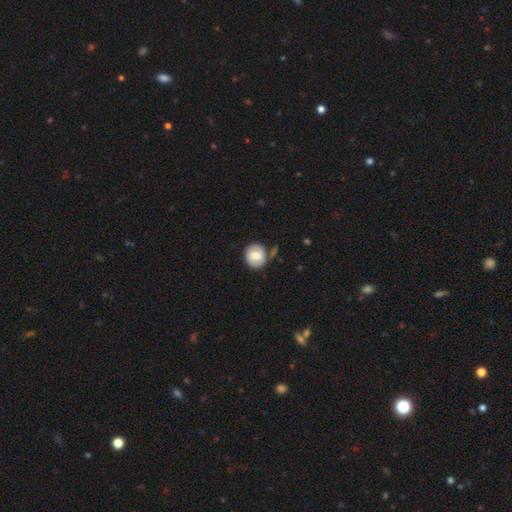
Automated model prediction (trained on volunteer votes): smooth 76%, featured or disk 16%, star or artifact 8%. Down the decision tree: how rounded — round (83%); merging — none (73%).